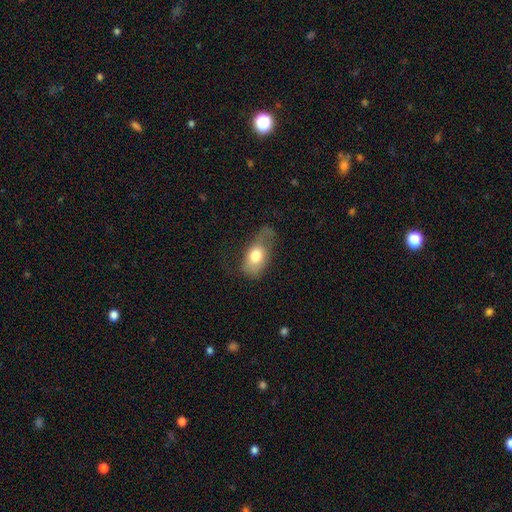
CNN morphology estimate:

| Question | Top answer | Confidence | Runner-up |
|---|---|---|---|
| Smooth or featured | smooth | 71% | featured or disk (22%) |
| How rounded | in between | 86% | round (11%) |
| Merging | none | 33% | minor disturbance (32%) |